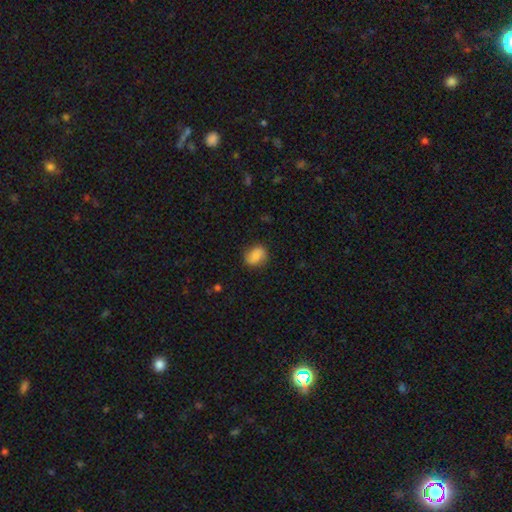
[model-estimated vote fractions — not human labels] The model was most divided on "how rounded": in between: 57%, round: 42%, cigar-shaped: 1%. More confident: merging — none (79%); smooth or featured — smooth (79%).